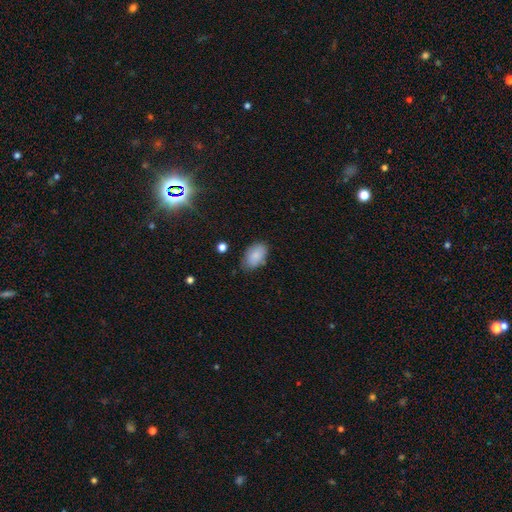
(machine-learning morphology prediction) A smooth galaxy with no disk features (87%) that is in between round and cigar-shaped (93%). Merging: none (76%).